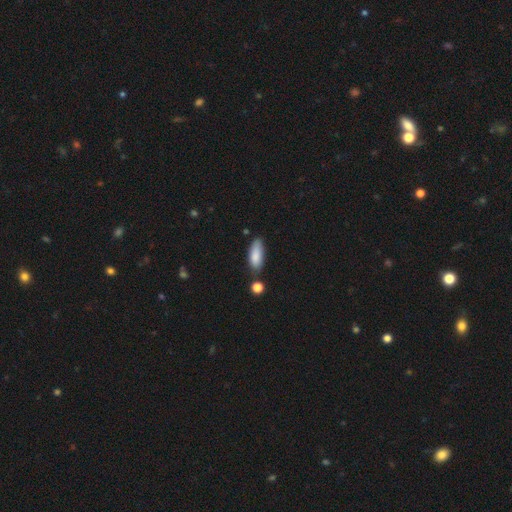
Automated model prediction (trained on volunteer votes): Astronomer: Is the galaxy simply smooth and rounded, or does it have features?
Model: smooth — 85%.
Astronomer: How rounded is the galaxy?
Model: in between — 74%.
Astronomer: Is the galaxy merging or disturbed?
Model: none — 66%.